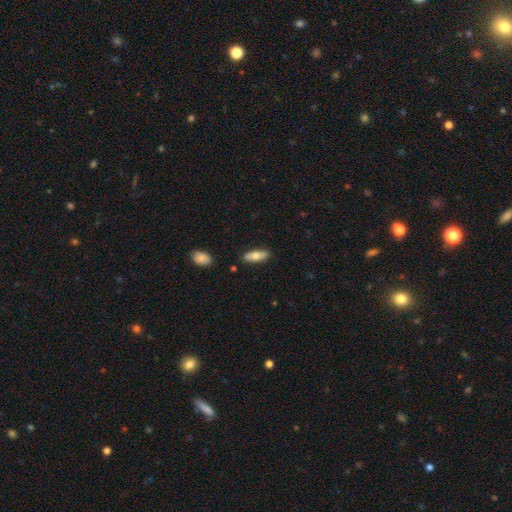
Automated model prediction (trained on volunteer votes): This is likely a smooth galaxy (74%). How rounded: likely in between (62%). Merging: clearly none (85%).